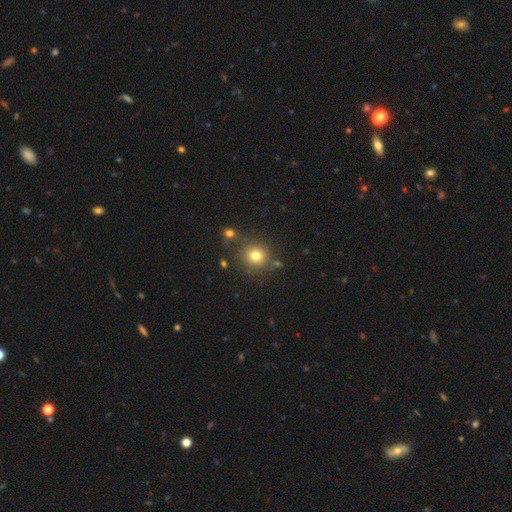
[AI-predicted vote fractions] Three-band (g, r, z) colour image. It shows a smooth galaxy with no disk features (77%) that is round (91%). Merging: none (79%).